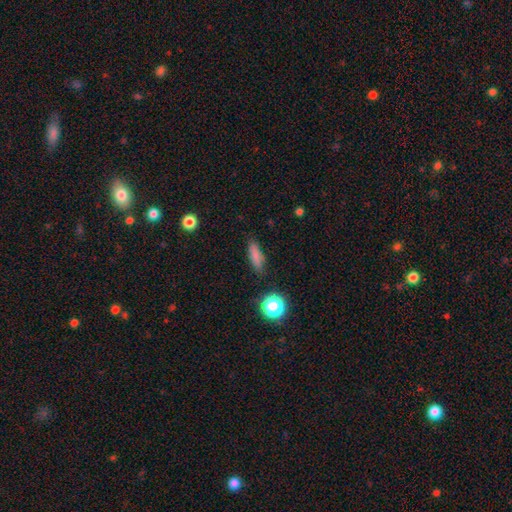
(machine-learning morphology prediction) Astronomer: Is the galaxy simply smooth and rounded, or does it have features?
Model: smooth — 80%.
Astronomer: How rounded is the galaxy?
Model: cigar-shaped — 48% (runner-up: in between, 45%).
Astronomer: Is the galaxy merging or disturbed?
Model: none — 84%.